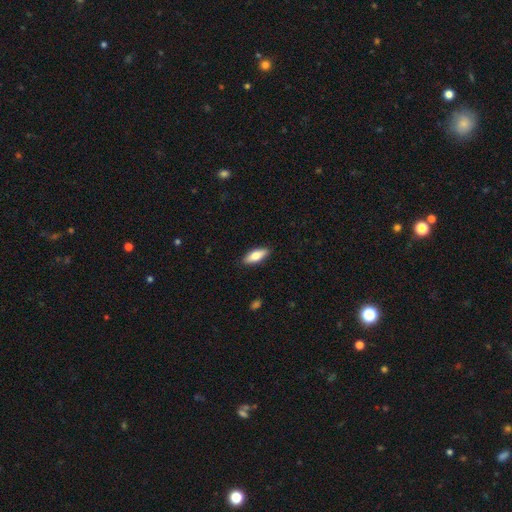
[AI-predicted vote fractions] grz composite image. It shows a smooth galaxy with no disk features (76%) that is in between round and cigar-shaped (69%). Merging: none (89%).